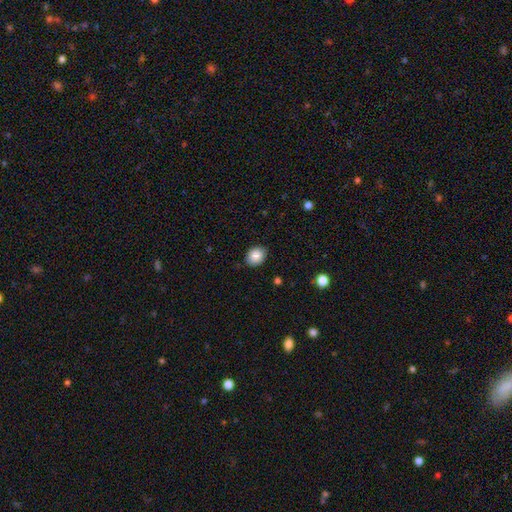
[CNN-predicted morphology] This is clearly a smooth galaxy (86%). How rounded: possibly in between (54%). Merging: clearly none (87%).